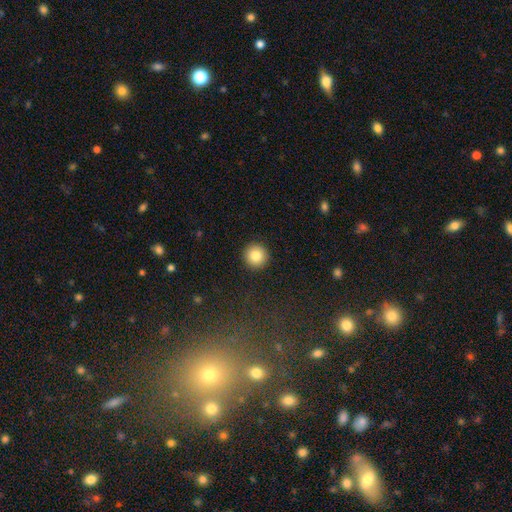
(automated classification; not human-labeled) smooth-or-featured: smooth: 84% | star or artifact: 9% | featured or disk: 7%
  how-rounded: round: 96% | in between: 3% | cigar-shaped: 1%
  merging: none: 93% | minor disturbance: 4% | major disturbance: 2% | merger: 1%